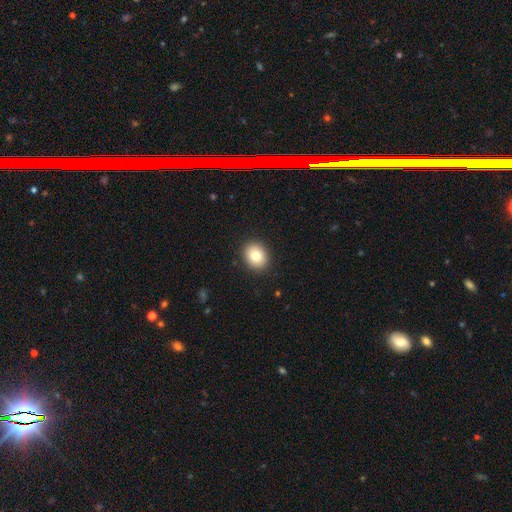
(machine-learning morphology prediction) A smooth galaxy with no disk features (82%) that is round (59%).

Vote fractions:
- Smooth or featured? smooth: 82% / star or artifact: 9% / featured or disk: 9%
- How rounded? round: 59% / in between: 41% / cigar-shaped: 1%
- Merging? none: 91% / minor disturbance: 7% / major disturbance: 2% / merger: 1%